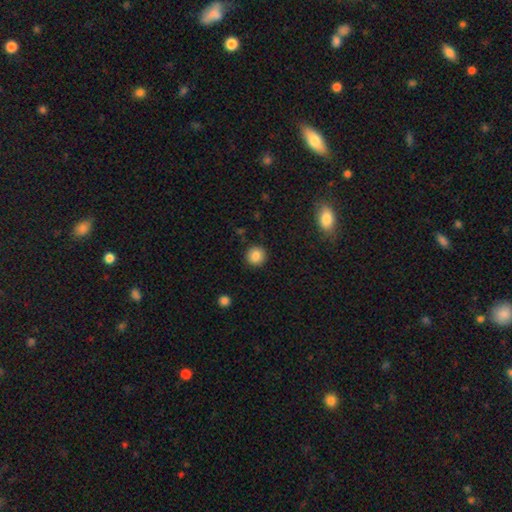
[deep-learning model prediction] The model was most divided on "smooth or featured": smooth: 86%, star or artifact: 9%, featured or disk: 5%. More confident: how rounded — round (93%); merging — none (91%).